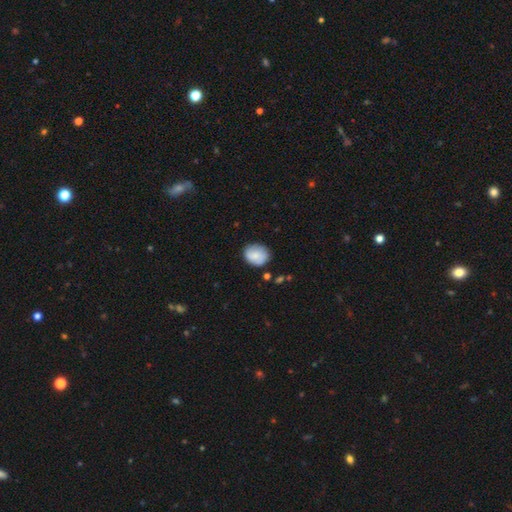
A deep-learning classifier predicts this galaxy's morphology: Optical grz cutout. It shows a smooth galaxy with no disk features (78%) that is round (65%). Merging: none (77%).